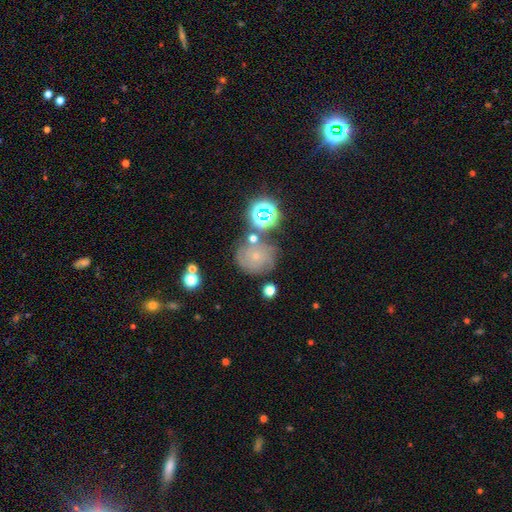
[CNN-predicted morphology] Overall: featured or disk (49%; smooth 27%). Merging: none (68%).